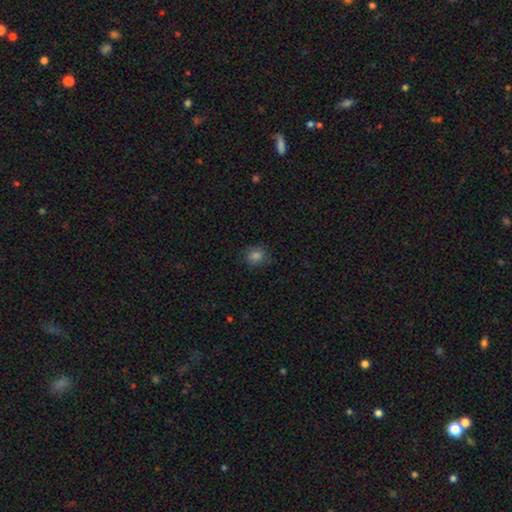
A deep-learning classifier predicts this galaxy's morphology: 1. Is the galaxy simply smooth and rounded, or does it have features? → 80% smooth, 14% star or artifact, 6% featured or disk.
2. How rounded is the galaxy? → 67% round, 32% in between, 1% cigar-shaped.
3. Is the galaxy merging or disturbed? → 81% none, 14% minor disturbance, 4% major disturbance, 1% merger.